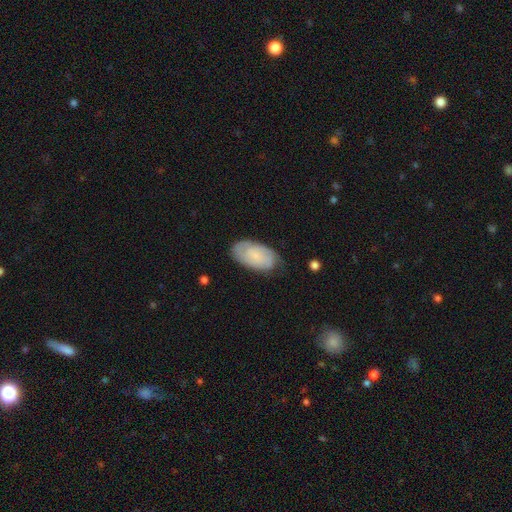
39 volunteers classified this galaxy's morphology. A featured or disk galaxy (54%) with no bar (68%), 2 (59%) tight (65%) spiral arms (89%) and a small central bulge (74%). Merging: none (54%).